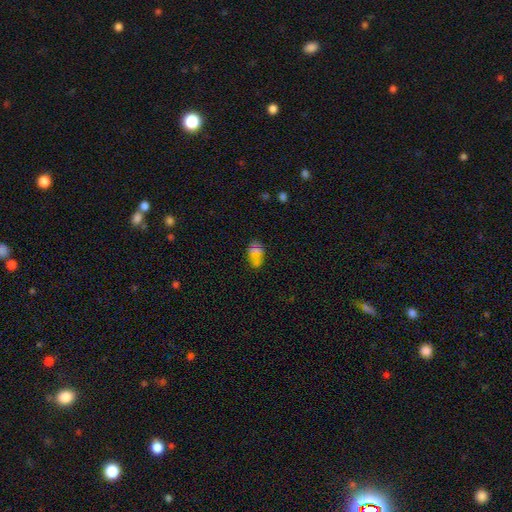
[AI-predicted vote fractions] smooth_or_featured: smooth (p=0.58) [alt: star or artifact p=0.29]
how_rounded: in between (p=0.82) [alt: round p=0.14]
merging: none (p=0.66) [alt: minor disturbance p=0.17]